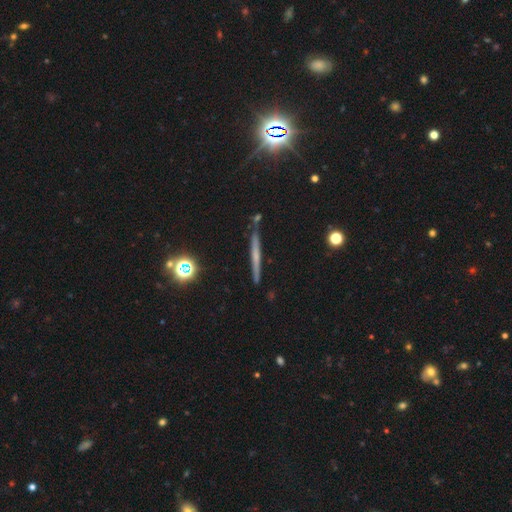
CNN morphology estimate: type=featured or disk (52%); edge-on=yes (96%); merging=none (86%).